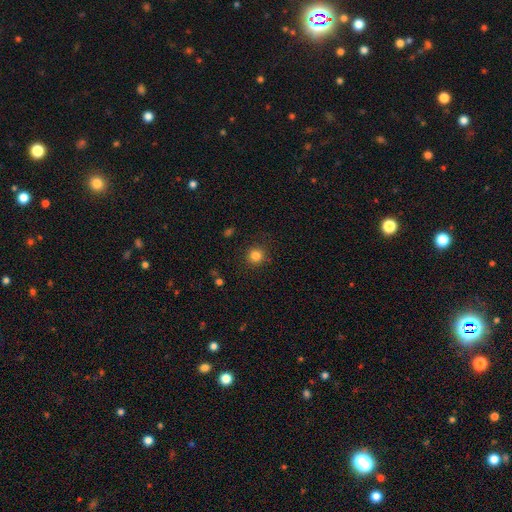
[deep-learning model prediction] Smooth or featured? smooth (83%)
How rounded? round (93%)
Merging? none (89%)